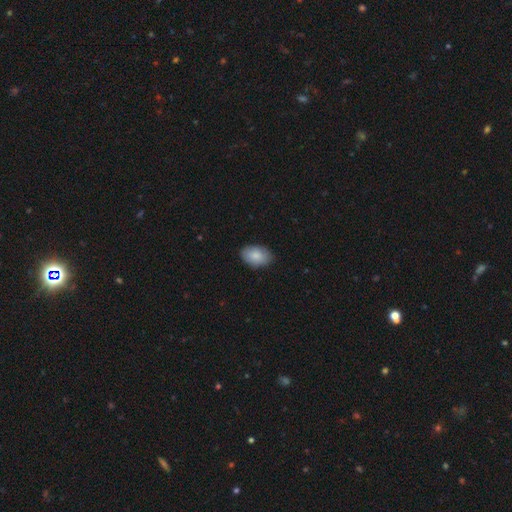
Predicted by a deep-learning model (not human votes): This is clearly a smooth galaxy (85%). How rounded: clearly in between (91%). Merging: clearly none (83%).